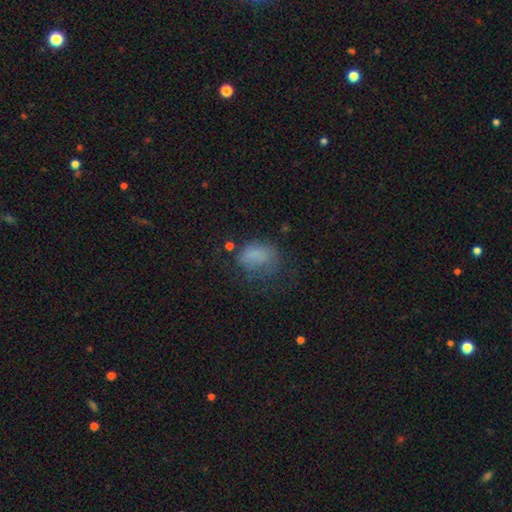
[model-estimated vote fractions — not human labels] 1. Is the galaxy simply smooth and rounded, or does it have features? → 70% smooth, 16% featured or disk, 14% star or artifact.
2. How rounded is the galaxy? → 66% in between, 32% round, 1% cigar-shaped.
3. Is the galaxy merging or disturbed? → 39% none, 31% major disturbance, 27% minor disturbance, 3% merger.